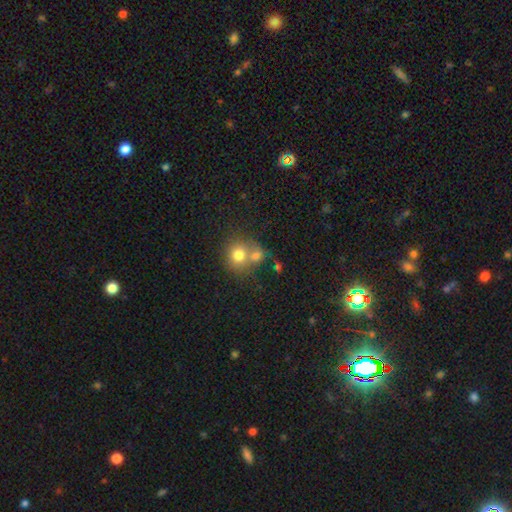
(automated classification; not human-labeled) This is likely a smooth galaxy (74%). How rounded: likely round (75%). Merging: possibly merger (56%).